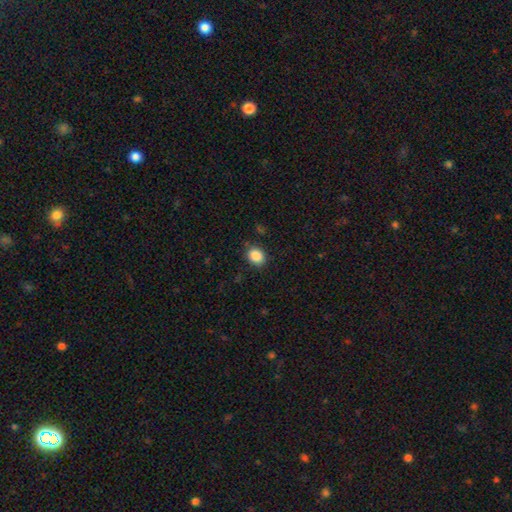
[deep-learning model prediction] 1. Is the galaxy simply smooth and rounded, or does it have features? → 87% smooth, 9% star or artifact, 4% featured or disk.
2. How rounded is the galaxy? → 53% round, 46% in between, 1% cigar-shaped.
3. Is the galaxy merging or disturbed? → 85% none, 11% minor disturbance, 3% major disturbance, 2% merger.